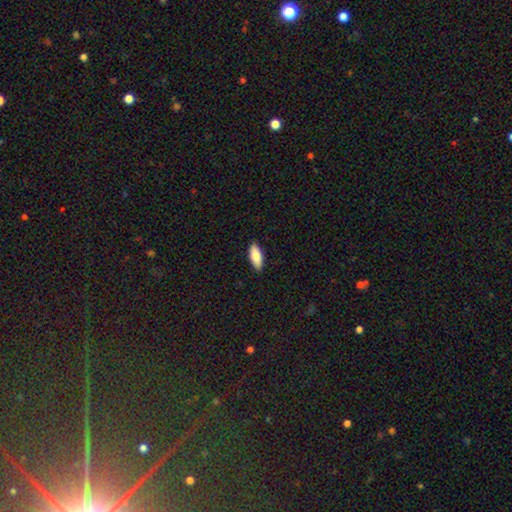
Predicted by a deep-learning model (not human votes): Overall: smooth (82%). How rounded: in between (77%). Merging: none (89%).